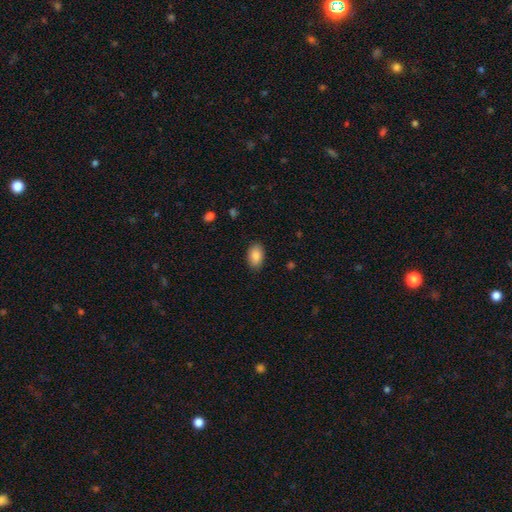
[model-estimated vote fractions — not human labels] Smooth or featured: smooth — 88% (star or artifact — 7%)
How rounded: in between — 91% (round — 7%)
Merging: none — 87% (minor disturbance — 9%)